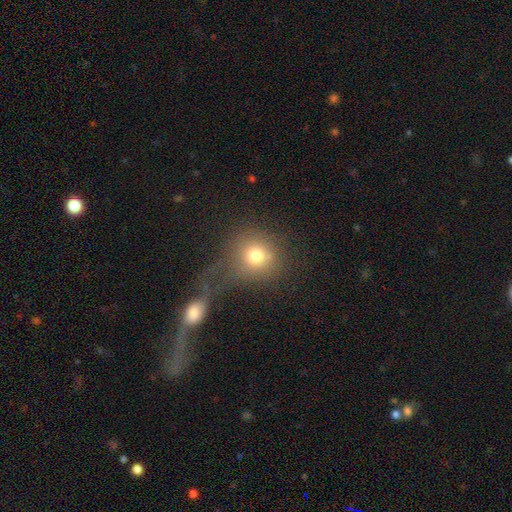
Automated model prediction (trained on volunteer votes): This is likely a smooth galaxy (73%). How rounded: clearly round (86%). Merging: marginally none (40%).